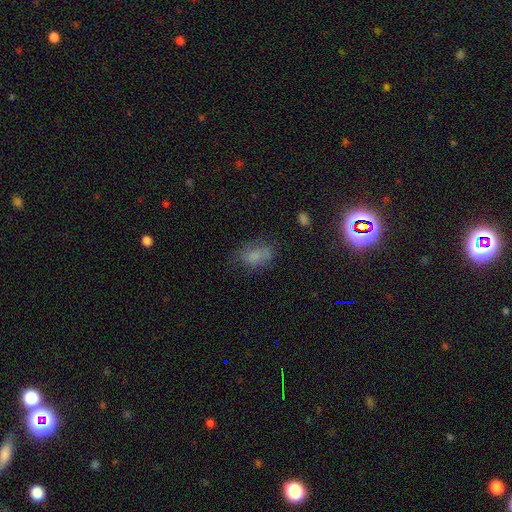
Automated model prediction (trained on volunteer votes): smooth_or_featured: smooth (p=0.73) [alt: star or artifact p=0.15]
how_rounded: in between (p=0.85) [alt: round p=0.13]
merging: none (p=0.58) [alt: minor disturbance p=0.26]